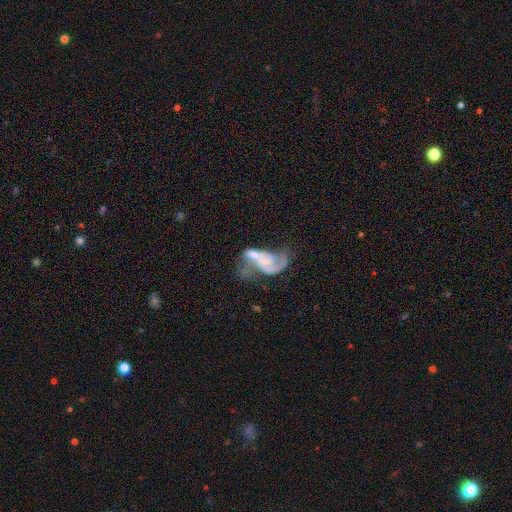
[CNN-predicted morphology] Overall: featured or disk (76%). Edge-on disk: no (97%). Bar: no (62%; weak 30%). Spiral arms: yes (86%). Spiral arm count: 2 (67%). Spiral winding: medium (41%; loose 40%). Bulge size: small (53%; moderate 29%). Merging: merger (53%; major disturbance 19%).